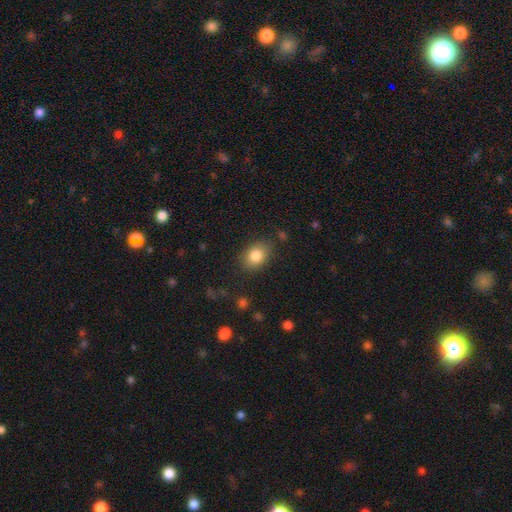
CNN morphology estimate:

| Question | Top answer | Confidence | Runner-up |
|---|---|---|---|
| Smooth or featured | smooth | 84% | star or artifact (8%) |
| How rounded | in between | 73% | round (26%) |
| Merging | none | 81% | minor disturbance (13%) |